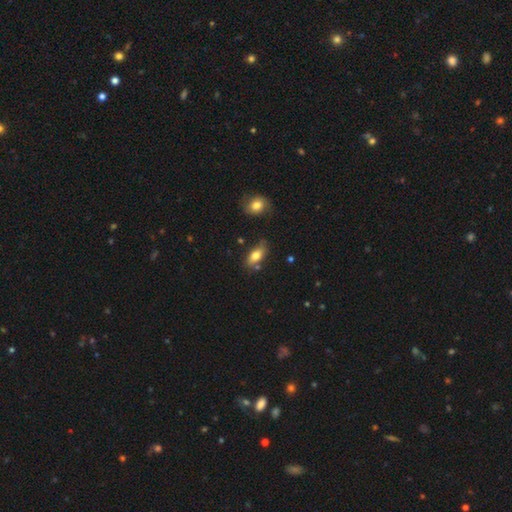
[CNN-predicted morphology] Overall: smooth (78%). How rounded: in between (85%). Merging: none (69%).